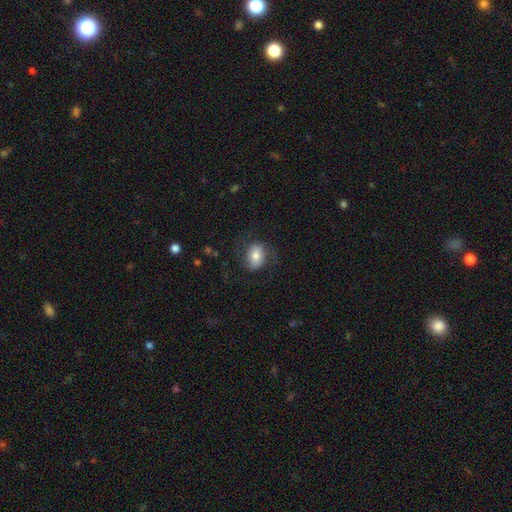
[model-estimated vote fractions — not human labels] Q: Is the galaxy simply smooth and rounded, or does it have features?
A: smooth — 63%.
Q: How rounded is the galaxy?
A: in between — 73%.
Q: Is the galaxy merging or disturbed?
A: none — 71%.